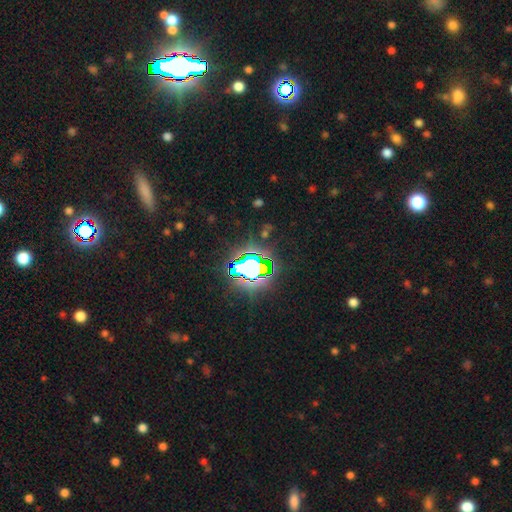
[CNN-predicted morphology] Overall: star or artifact (82%).